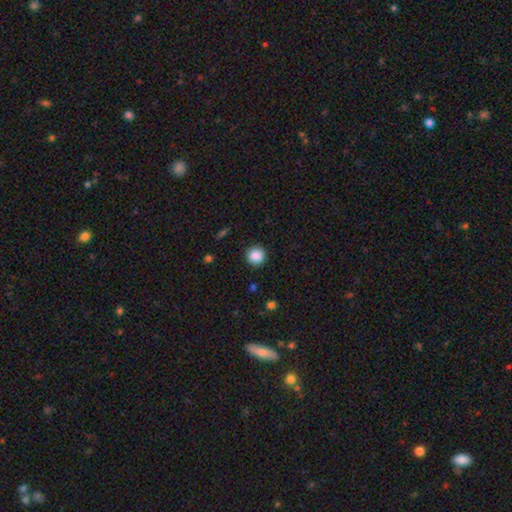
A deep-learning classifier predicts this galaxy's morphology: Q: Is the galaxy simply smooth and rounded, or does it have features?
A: smooth — 87%.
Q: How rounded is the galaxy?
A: round — 93%.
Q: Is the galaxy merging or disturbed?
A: none — 91%.